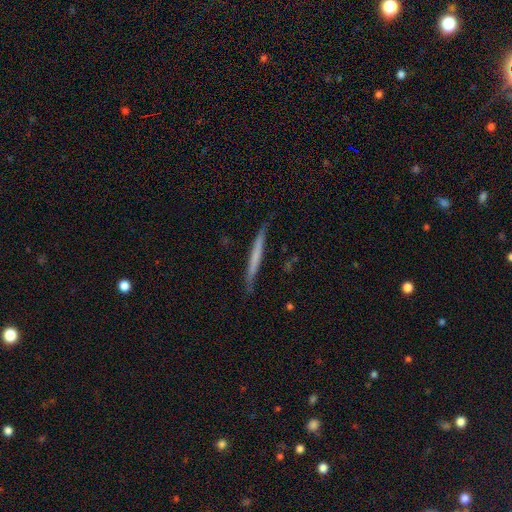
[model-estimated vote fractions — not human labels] The model was most divided on "smooth or featured": smooth: 48%, featured or disk: 47%, star or artifact: 6%. More confident: merging — none (85%).